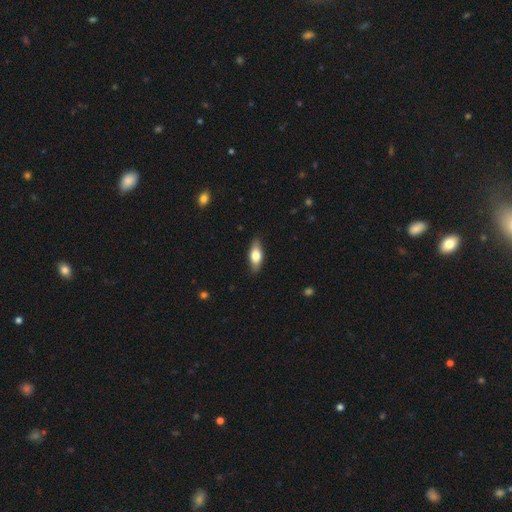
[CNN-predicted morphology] Smooth or featured? smooth (66%)
How rounded? in between (74%)
Merging? none (86%)